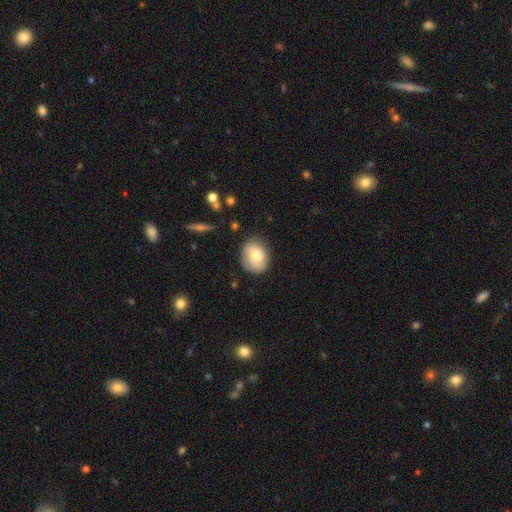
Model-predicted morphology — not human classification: smooth 73%, featured or disk 19%, star or artifact 7%. Down the decision tree: how rounded — round (56%); merging — none (73%).